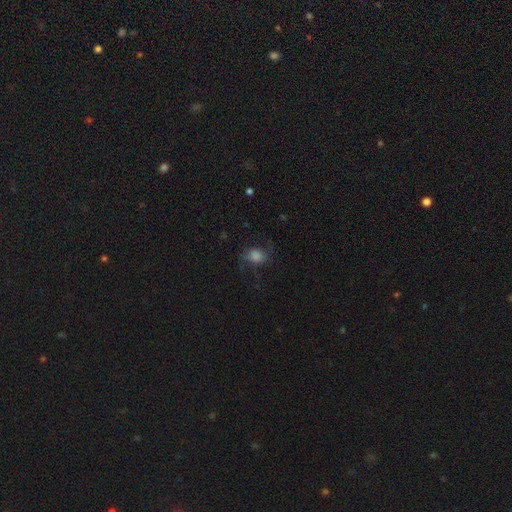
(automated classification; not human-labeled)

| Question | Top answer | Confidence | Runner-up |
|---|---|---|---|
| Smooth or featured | smooth | 45% | featured or disk (40%) |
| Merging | none | 60% | major disturbance (20%) |